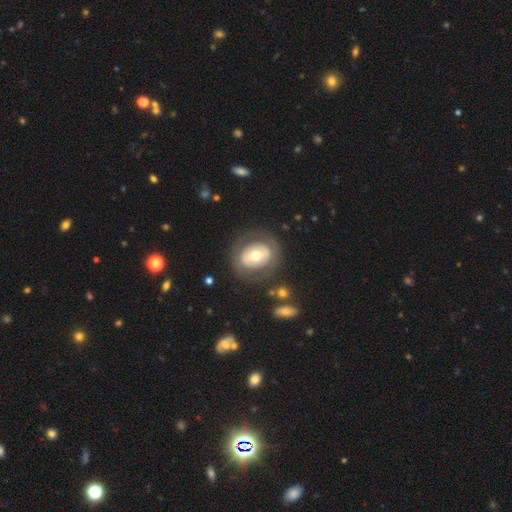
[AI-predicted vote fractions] featured or disk 47%, smooth 46%, star or artifact 7%. Down the decision tree: merging — none (78%).